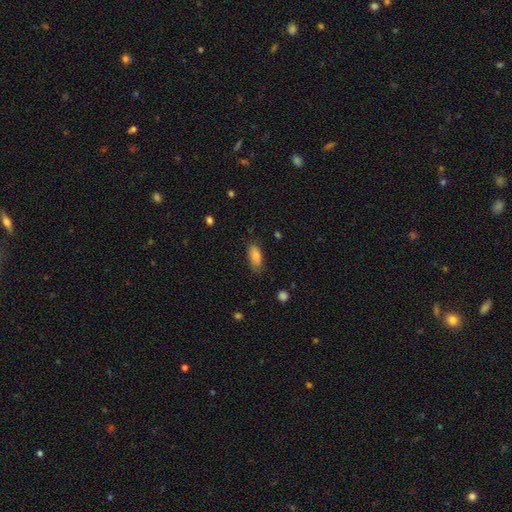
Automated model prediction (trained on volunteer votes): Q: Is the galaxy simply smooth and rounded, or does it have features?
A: smooth — 82%.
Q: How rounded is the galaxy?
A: in between — 85%.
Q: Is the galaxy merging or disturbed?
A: none — 72%.